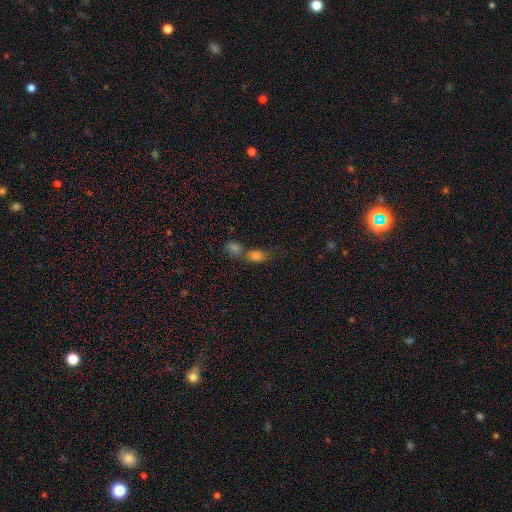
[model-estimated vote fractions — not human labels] Overall: smooth (76%). How rounded: in between (71%). Merging: merger (54%; none 32%).